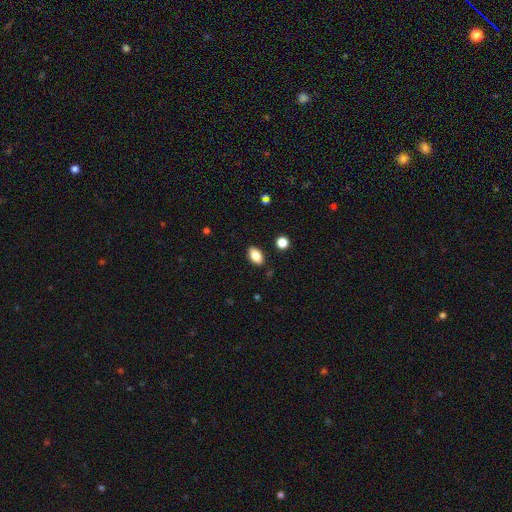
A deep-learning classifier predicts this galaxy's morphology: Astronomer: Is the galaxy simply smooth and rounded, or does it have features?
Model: smooth — 83%.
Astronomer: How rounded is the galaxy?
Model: in between — 90%.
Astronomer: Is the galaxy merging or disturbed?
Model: none — 87%.